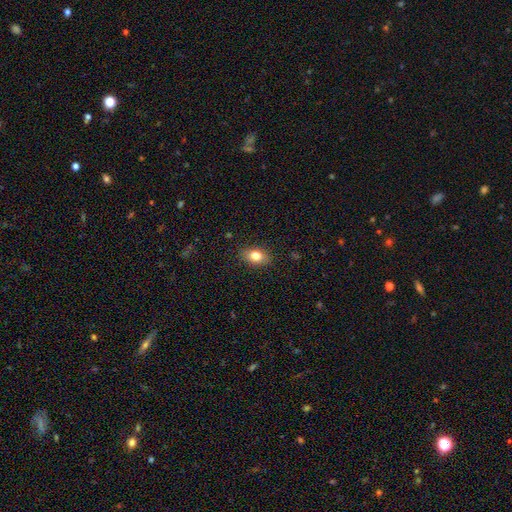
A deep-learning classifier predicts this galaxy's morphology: smooth_or_featured: smooth (p=0.79) [alt: featured or disk p=0.12]
how_rounded: in between (p=0.78) [alt: round p=0.19]
merging: none (p=0.85) [alt: minor disturbance p=0.11]